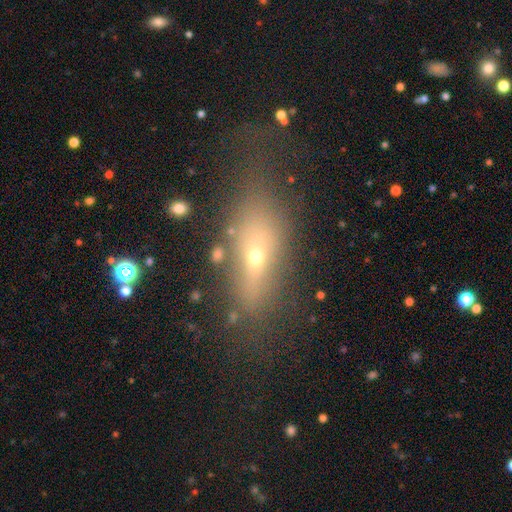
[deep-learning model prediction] smooth_or_featured: smooth (p=0.52) [alt: featured or disk p=0.32]
how_rounded: in between (p=0.62) [alt: cigar-shaped p=0.27]
merging: none (p=0.57) [alt: minor disturbance p=0.19]